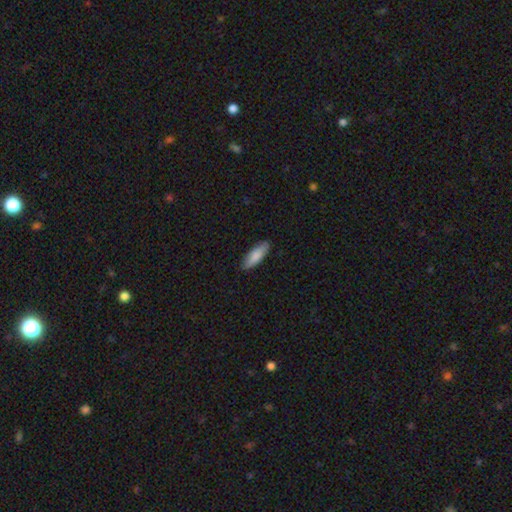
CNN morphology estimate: Smooth or featured?
  - smooth: 84% *
  - featured or disk: 11%
  - star or artifact: 5%
How rounded?
  - in between: 64% *
  - cigar-shaped: 35%
  - round: 2%
Merging?
  - none: 87% *
  - minor disturbance: 11%
  - major disturbance: 2%
  - merger: 1%